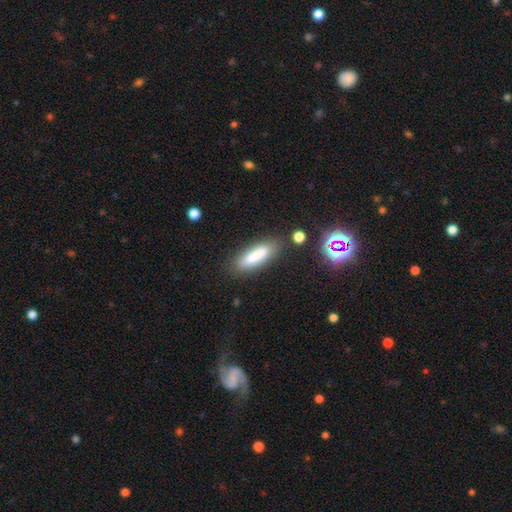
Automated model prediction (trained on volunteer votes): A smooth galaxy with no disk features (80%) that is cigar-shaped (52%). Merging: none (79%).